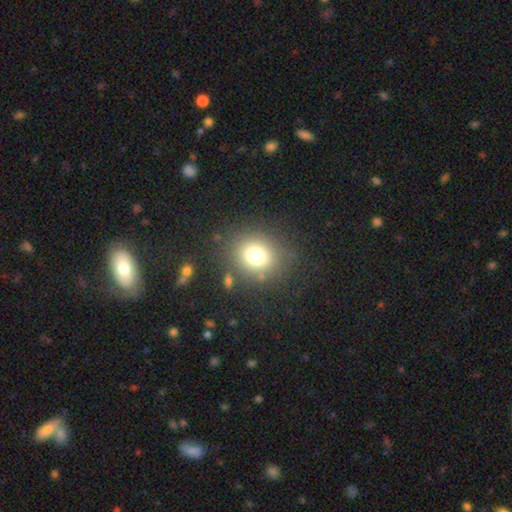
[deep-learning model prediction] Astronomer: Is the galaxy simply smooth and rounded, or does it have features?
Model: smooth — 73%.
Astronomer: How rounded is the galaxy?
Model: round — 77%.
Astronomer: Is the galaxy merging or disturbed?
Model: none — 79%.